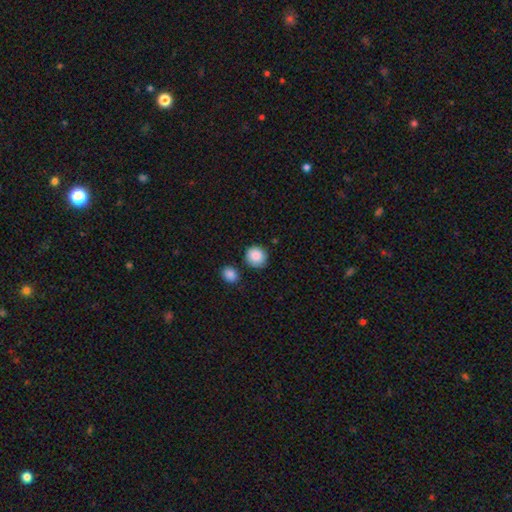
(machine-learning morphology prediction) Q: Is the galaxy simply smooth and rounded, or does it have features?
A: smooth — 89%.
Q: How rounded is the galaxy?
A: round — 89%.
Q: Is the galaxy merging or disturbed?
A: none — 82%.